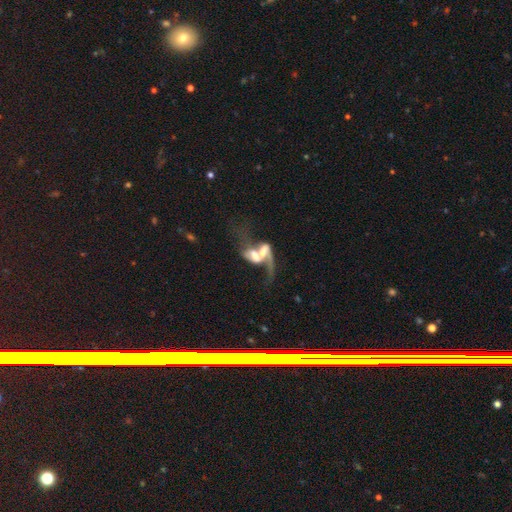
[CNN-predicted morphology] Smooth or featured: featured or disk — 67% (smooth — 24%)
Edge-on disk: no — 92% (yes — 8%)
Bar: no — 45% (weak — 32%)
Spiral arms: yes — 69% (no — 31%)
Bulge size: moderate — 36% (large — 22%)
Merging: merger — 71% (major disturbance — 15%)